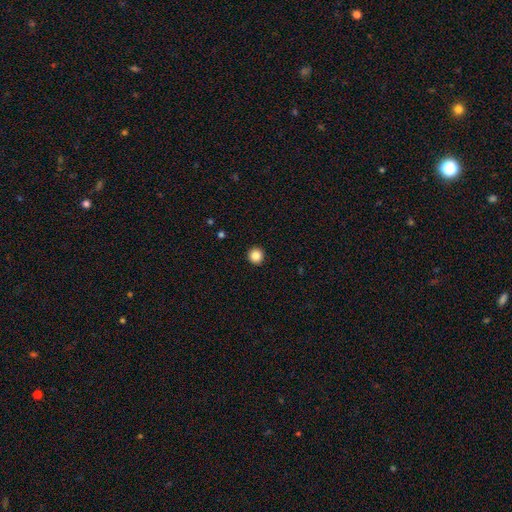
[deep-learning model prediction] This is clearly a smooth galaxy (85%). How rounded: clearly round (95%). Merging: clearly none (94%).